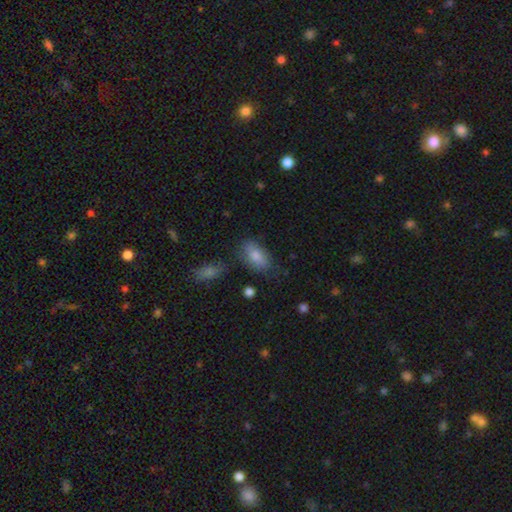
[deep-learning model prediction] smooth_or_featured: smooth (p=0.79) [alt: featured or disk p=0.12]
how_rounded: in between (p=0.90) [alt: round p=0.06]
merging: none (p=0.70) [alt: minor disturbance p=0.20]